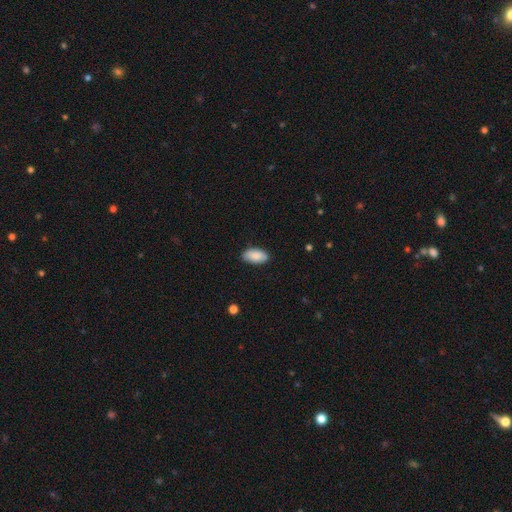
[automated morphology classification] A smooth galaxy with no disk features (87%) that is in between round and cigar-shaped (94%). Merging: none (84%).